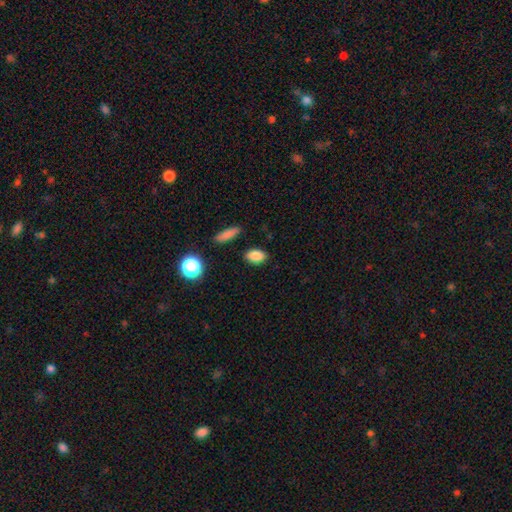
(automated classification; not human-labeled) This is clearly a smooth galaxy (86%). How rounded: clearly in between (85%). Merging: clearly none (87%).